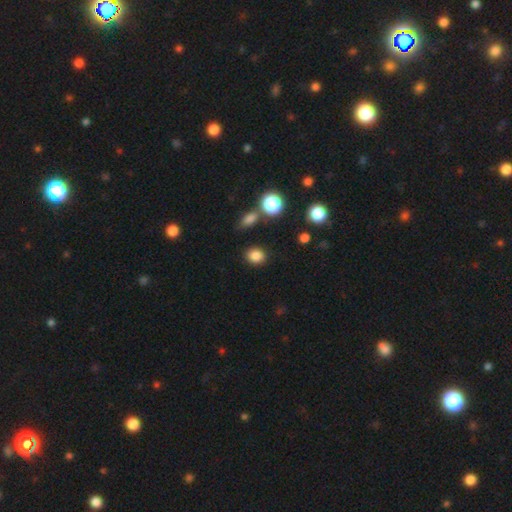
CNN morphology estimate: This is clearly a smooth galaxy (84%). How rounded: likely round (61%). Merging: clearly none (84%).